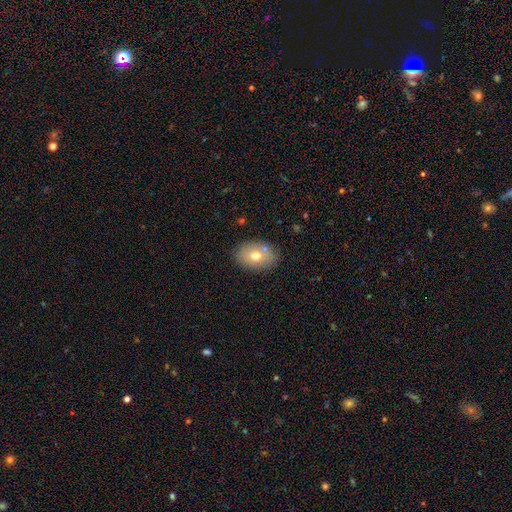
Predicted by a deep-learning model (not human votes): Smooth or featured? smooth (69%)
How rounded? in between (81%)
Merging? none (79%)